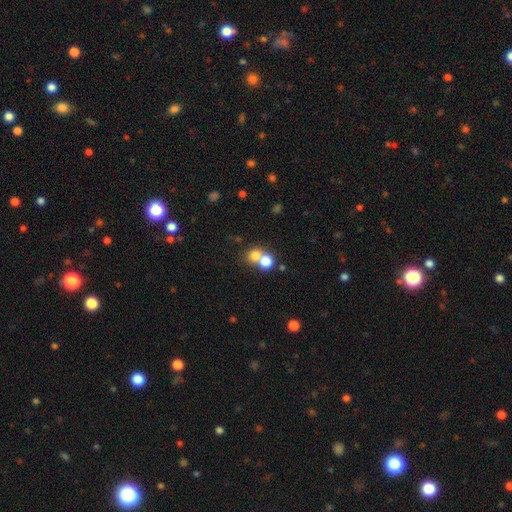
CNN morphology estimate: The model was most divided on "merging": merger: 51%, none: 40%, minor disturbance: 6%, major disturbance: 3%. More confident: how rounded — round (81%); smooth or featured — smooth (76%).